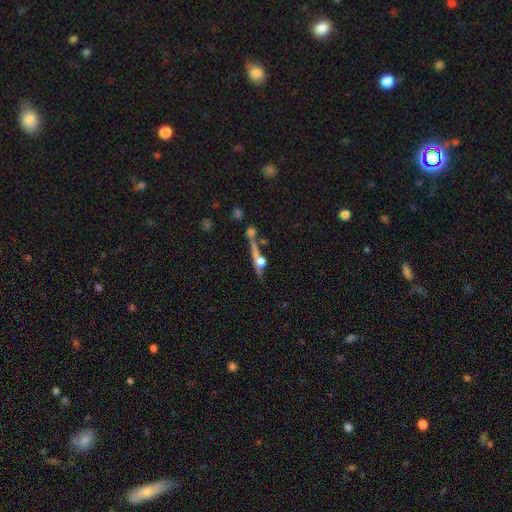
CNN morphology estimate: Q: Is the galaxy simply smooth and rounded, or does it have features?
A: featured or disk — 54%.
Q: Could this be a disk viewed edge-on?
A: yes — 81%.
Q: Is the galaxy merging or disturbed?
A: none — 58%.